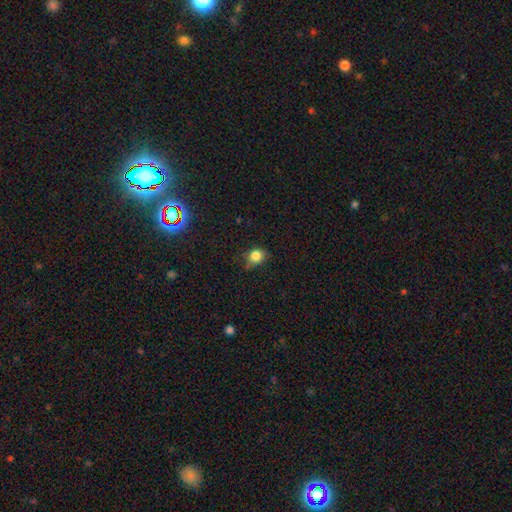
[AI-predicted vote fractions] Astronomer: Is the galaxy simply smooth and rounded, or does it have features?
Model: smooth — 82%.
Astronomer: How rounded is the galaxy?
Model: round — 68%.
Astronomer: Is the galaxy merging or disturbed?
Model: none — 63%.